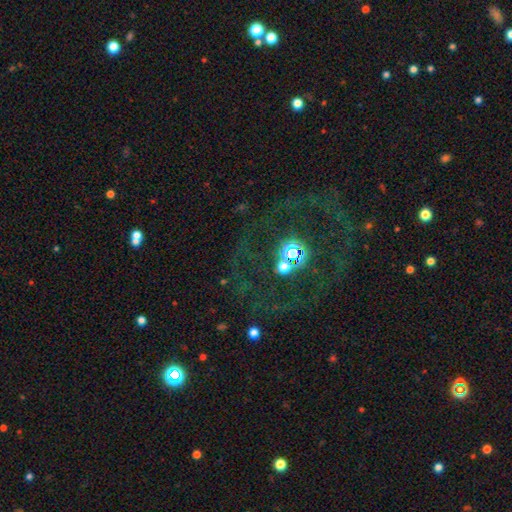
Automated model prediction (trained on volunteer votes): The model was most divided on "smooth or featured": star or artifact: 47%, featured or disk: 30%, smooth: 23%.